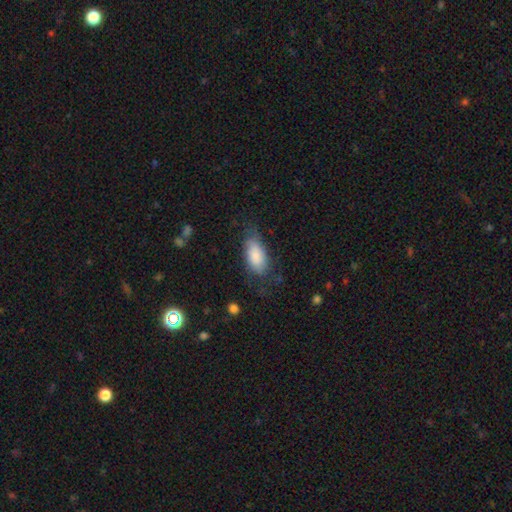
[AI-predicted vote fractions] Overall: smooth (78%). How rounded: in between (91%). Merging: none (60%; minor disturbance 26%).